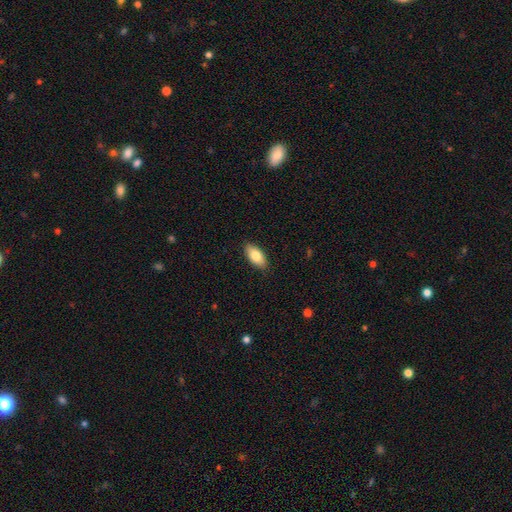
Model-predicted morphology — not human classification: type=smooth (81%); roundness=in between (91%); merging=none (89%).